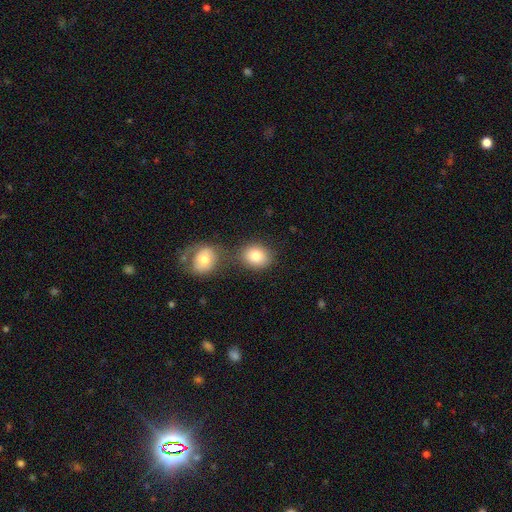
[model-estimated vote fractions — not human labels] Smooth or featured: smooth — 82% (featured or disk — 9%)
How rounded: round — 56% (in between — 43%)
Merging: none — 64% (merger — 21%)